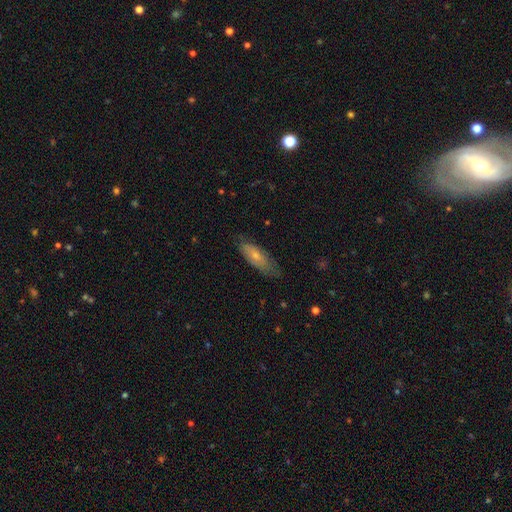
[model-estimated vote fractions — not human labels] Overall: smooth (56%; featured or disk 37%). How rounded: in between (54%; cigar-shaped 43%). Merging: none (72%).